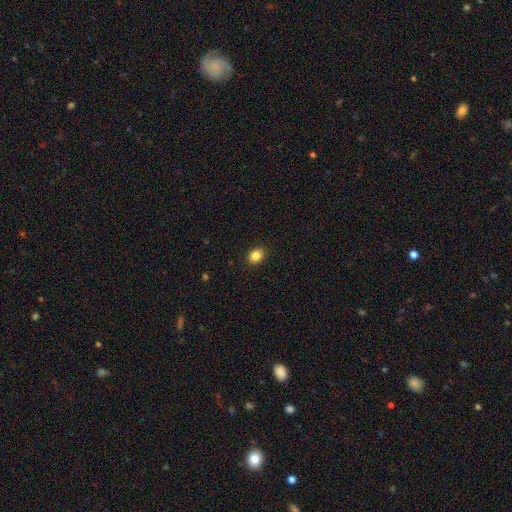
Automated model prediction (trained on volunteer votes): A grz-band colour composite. It shows a smooth galaxy with no disk features (86%) that is in between round and cigar-shaped (52%). Merging: none (91%).